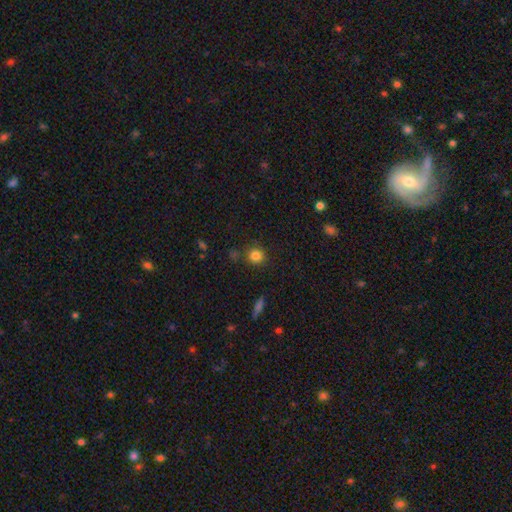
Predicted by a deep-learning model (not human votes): A smooth galaxy with no disk features (82%) that is round (88%).

Vote fractions:
- Smooth or featured? smooth: 82% / star or artifact: 12% / featured or disk: 6%
- How rounded? round: 88% / in between: 11% / cigar-shaped: 1%
- Merging? none: 82% / minor disturbance: 11% / merger: 5% / major disturbance: 3%